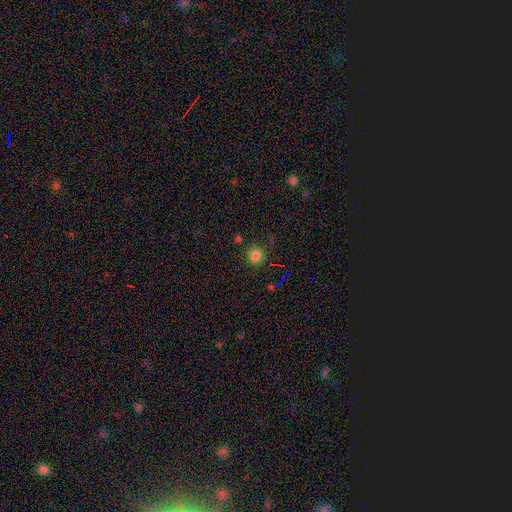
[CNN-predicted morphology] Smooth or featured? smooth (79%)
How rounded? round (92%)
Merging? none (83%)